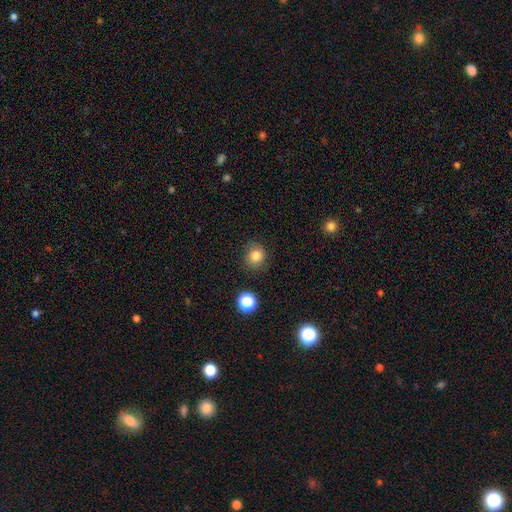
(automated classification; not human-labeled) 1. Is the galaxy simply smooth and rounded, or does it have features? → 81% smooth, 12% star or artifact, 7% featured or disk.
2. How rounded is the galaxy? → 87% round, 12% in between, 1% cigar-shaped.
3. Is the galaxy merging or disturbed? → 84% none, 11% minor disturbance, 3% major disturbance, 2% merger.